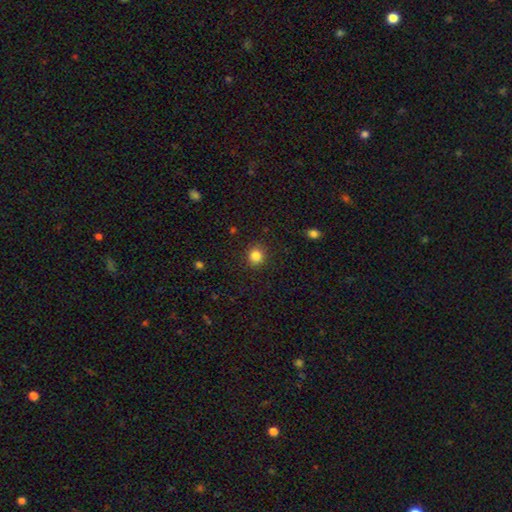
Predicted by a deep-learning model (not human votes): The model was most divided on "smooth or featured": smooth: 84%, star or artifact: 11%, featured or disk: 5%. More confident: merging — none (90%); how rounded — round (87%).